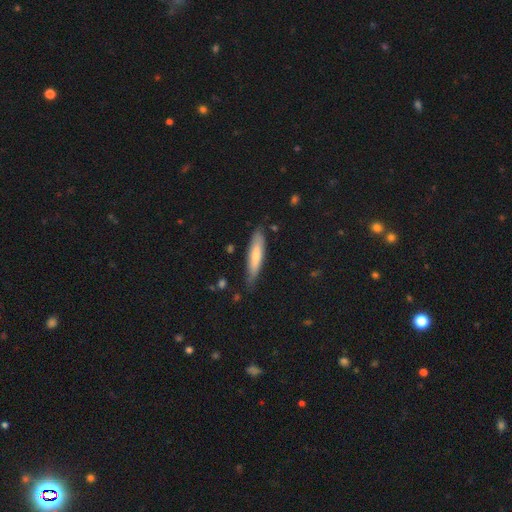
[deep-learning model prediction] smooth-or-featured: smooth: 68% | featured or disk: 27% | star or artifact: 6%
  how-rounded: cigar-shaped: 81% | in between: 18% | round: 1%
  merging: none: 77% | minor disturbance: 19% | major disturbance: 3% | merger: 2%